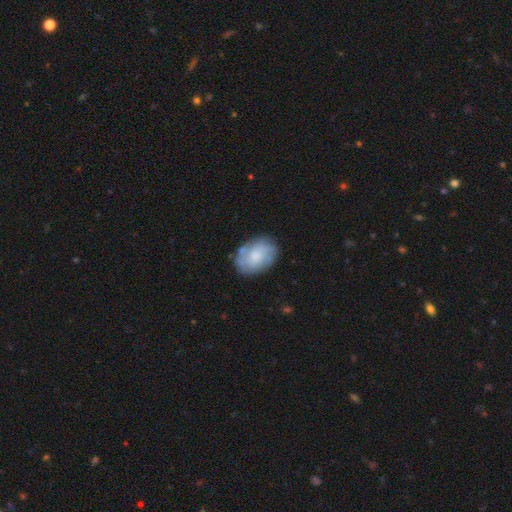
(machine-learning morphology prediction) Q: Smooth or featured?
A: smooth (52%); runner-up: featured or disk (41%)
Q: How rounded?
A: in between (82%); runner-up: round (17%)
Q: Merging?
A: none (73%); runner-up: minor disturbance (19%)